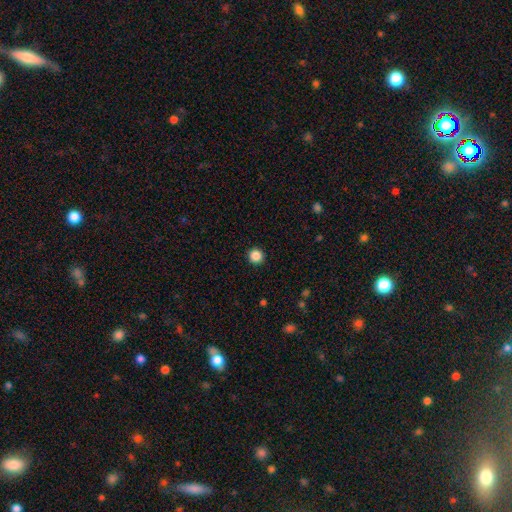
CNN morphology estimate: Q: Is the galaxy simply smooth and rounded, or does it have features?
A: smooth — 87%.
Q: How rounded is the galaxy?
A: round — 96%.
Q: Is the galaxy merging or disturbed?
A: none — 93%.